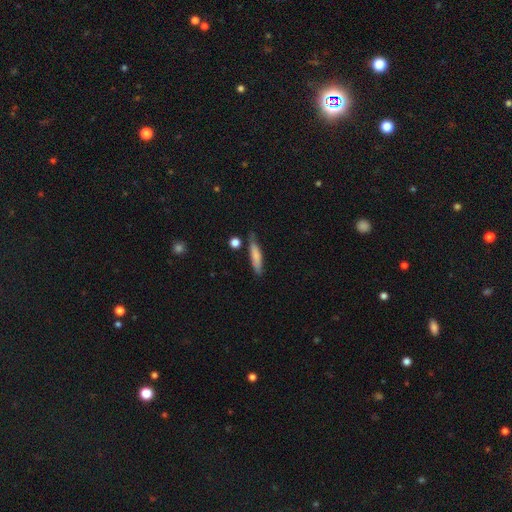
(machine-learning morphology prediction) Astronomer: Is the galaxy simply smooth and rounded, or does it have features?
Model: smooth — 77%.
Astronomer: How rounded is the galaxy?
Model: cigar-shaped — 81%.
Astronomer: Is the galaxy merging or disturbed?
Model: none — 70%.